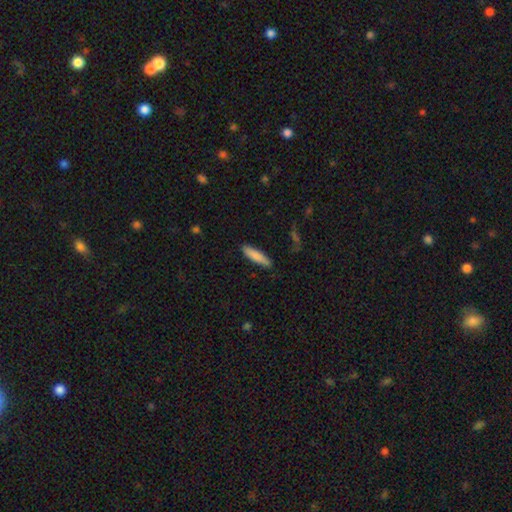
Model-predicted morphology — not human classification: Smooth or featured? Predicted: smooth (p=0.84). How rounded? Predicted: cigar-shaped (p=0.77). Merging? Predicted: none (p=0.87).